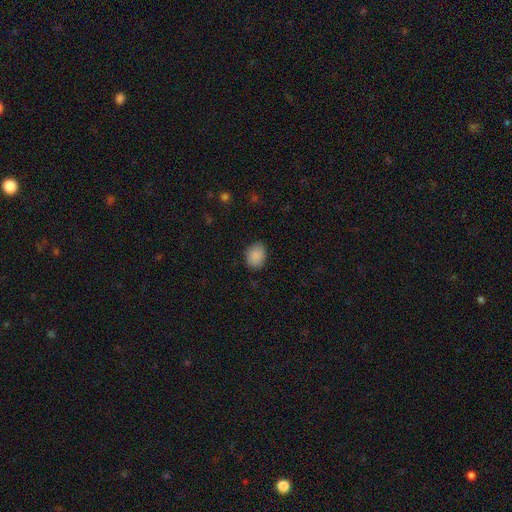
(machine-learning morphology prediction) Smooth or featured?
  - smooth: 88% *
  - star or artifact: 8%
  - featured or disk: 4%
How rounded?
  - in between: 53% *
  - round: 47%
  - cigar-shaped: 1%
Merging?
  - none: 81% *
  - minor disturbance: 15%
  - major disturbance: 3%
  - merger: 1%